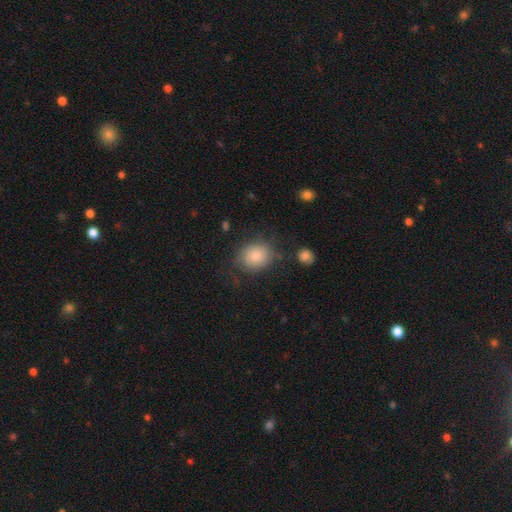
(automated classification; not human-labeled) Overall: smooth (79%). How rounded: round (66%; in between 33%). Merging: none (71%).